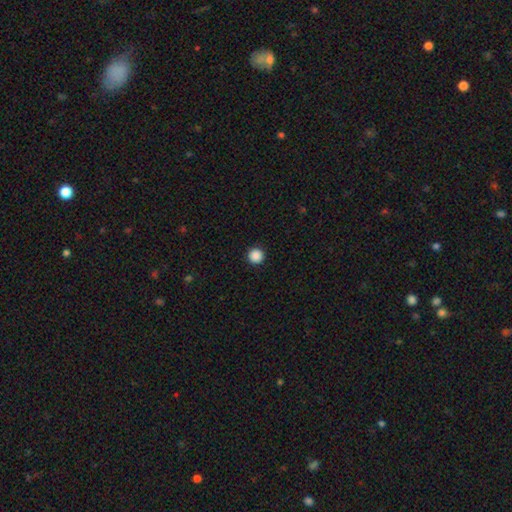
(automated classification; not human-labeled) Morphology: type=smooth (88%); roundness=round (97%); merging=none (94%).